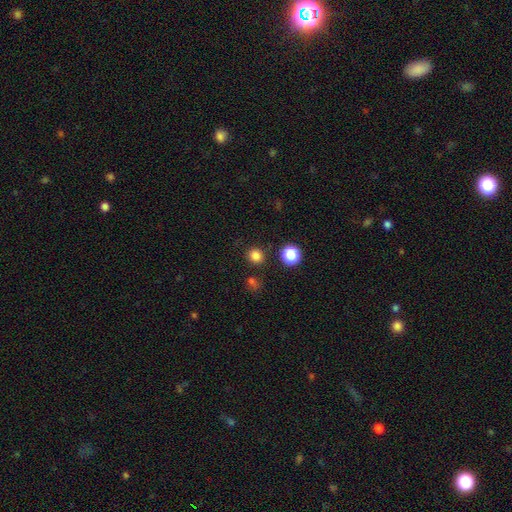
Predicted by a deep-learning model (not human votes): Overall: smooth (81%). How rounded: round (87%). Merging: none (87%).